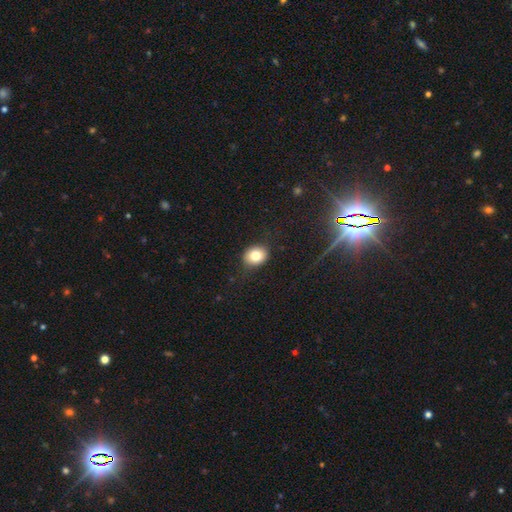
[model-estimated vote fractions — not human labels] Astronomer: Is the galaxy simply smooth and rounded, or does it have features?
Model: smooth — 79%.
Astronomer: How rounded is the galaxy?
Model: round — 53% (runner-up: in between, 46%).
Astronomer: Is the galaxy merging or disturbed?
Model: none — 83%.